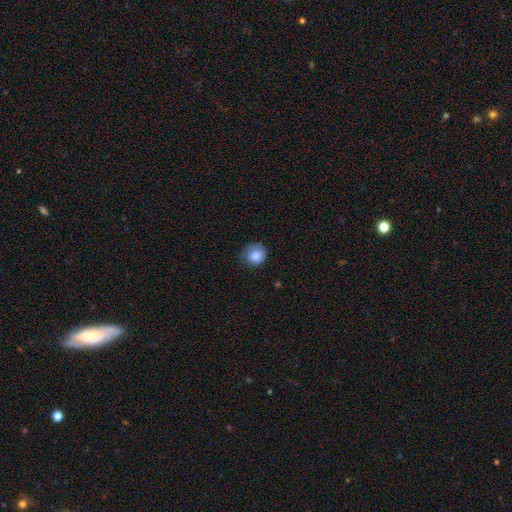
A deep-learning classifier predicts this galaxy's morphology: The model was most divided on "merging": none: 54%, minor disturbance: 32%, major disturbance: 12%, merger: 1%. More confident: smooth or featured — smooth (83%); how rounded — round (80%).